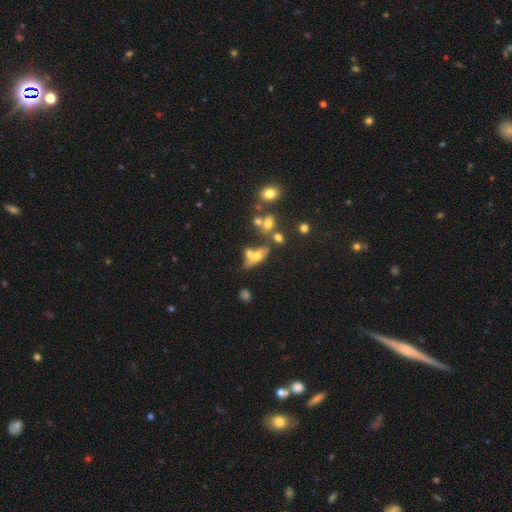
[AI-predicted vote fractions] Smooth or featured: smooth — 50% (featured or disk — 35%)
How rounded: in between — 69% (cigar-shaped — 20%)
Merging: merger — 45% (none — 31%)